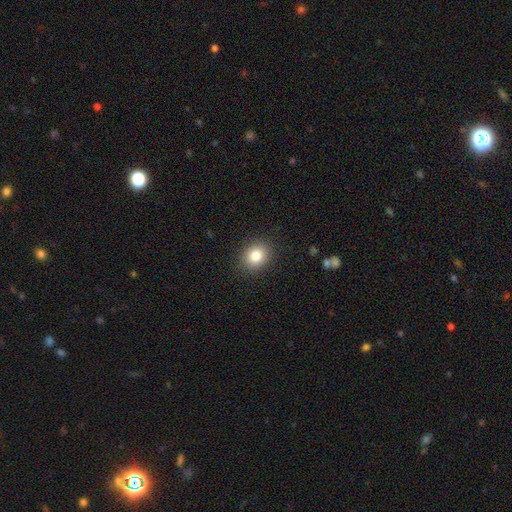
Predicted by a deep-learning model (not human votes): Smooth or featured? Predicted: smooth (p=0.83). How rounded? Predicted: round (p=0.66). Merging? Predicted: none (p=0.89).